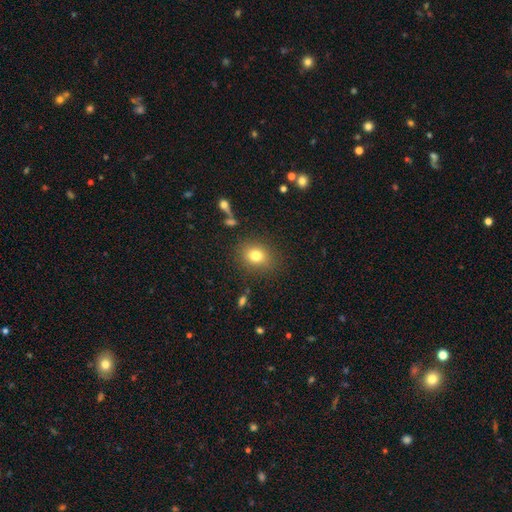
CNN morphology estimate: type=smooth (78%); roundness=round (57%); merging=none (85%).